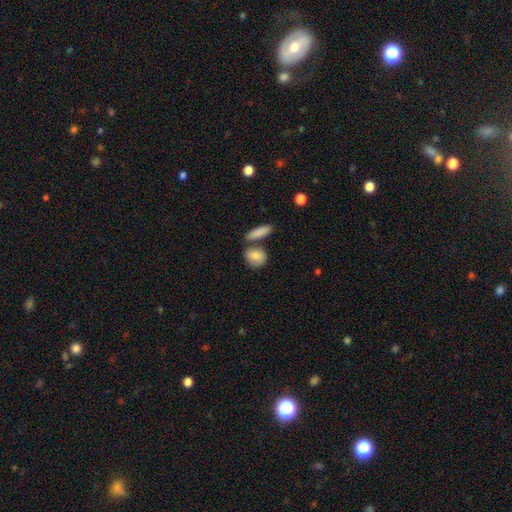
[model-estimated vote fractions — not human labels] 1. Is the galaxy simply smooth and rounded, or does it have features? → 85% smooth, 9% featured or disk, 6% star or artifact.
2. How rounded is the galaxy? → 52% in between, 41% round, 7% cigar-shaped.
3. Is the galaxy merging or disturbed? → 61% none, 22% merger, 13% minor disturbance, 4% major disturbance.